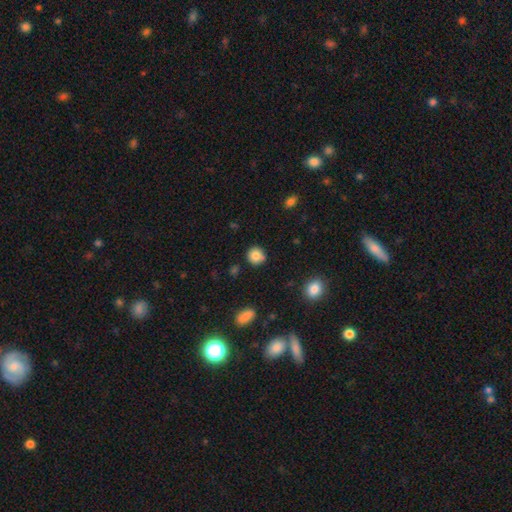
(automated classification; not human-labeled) Smooth or featured?
  - smooth: 83% *
  - star or artifact: 10%
  - featured or disk: 7%
How rounded?
  - round: 89% *
  - in between: 10%
  - cigar-shaped: 1%
Merging?
  - none: 83% *
  - minor disturbance: 11%
  - merger: 4%
  - major disturbance: 2%